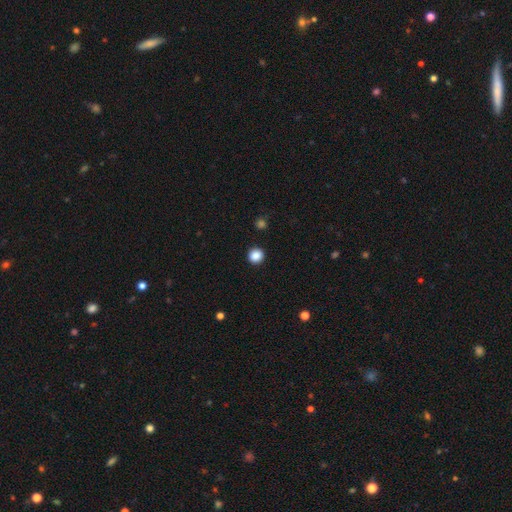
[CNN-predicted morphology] smooth 87%, star or artifact 10%, featured or disk 2%. Down the decision tree: how rounded — round (94%); merging — none (93%).